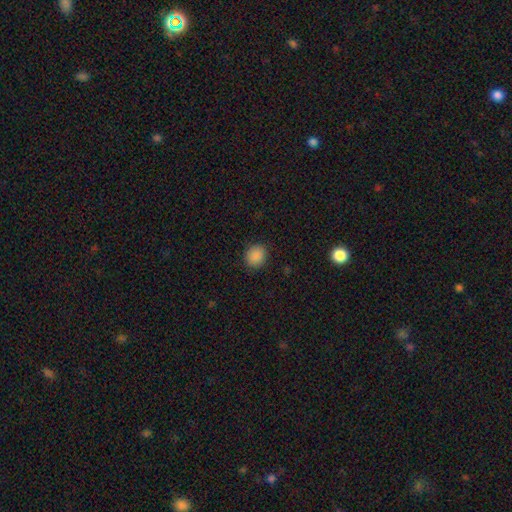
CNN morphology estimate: smooth_or_featured: smooth (p=0.88) [alt: star or artifact p=0.10]
how_rounded: round (p=0.76) [alt: in between p=0.23]
merging: none (p=0.89) [alt: minor disturbance p=0.08]